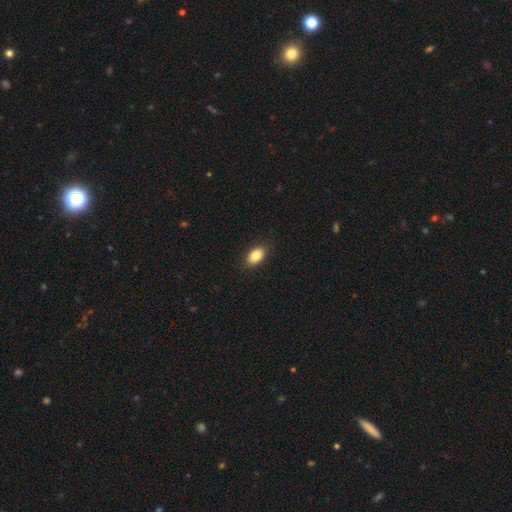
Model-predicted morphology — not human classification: This appears to be a smooth galaxy with no disk features (85%) that is in between round and cigar-shaped (89%). Merging: none (89%).